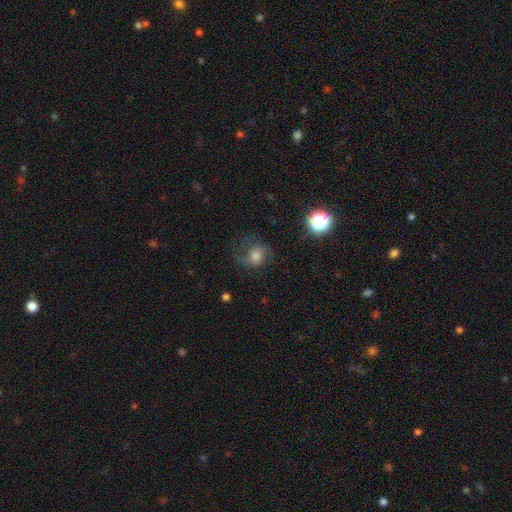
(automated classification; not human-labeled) smooth_or_featured: smooth (p=0.42) [alt: featured or disk p=0.41]
merging: none (p=0.56) [alt: major disturbance p=0.21]